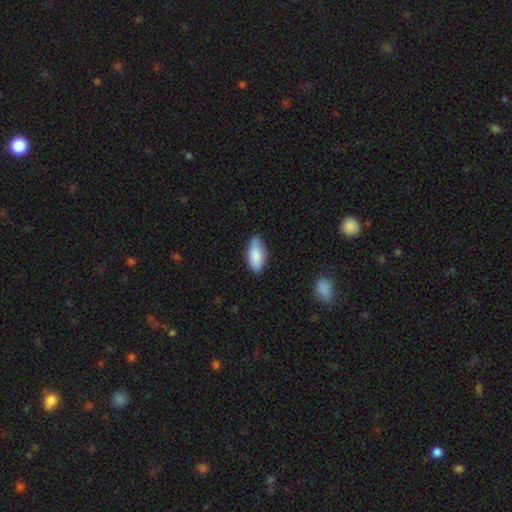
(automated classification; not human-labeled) Smooth or featured? smooth (85%)
How rounded? in between (85%)
Merging? none (72%)